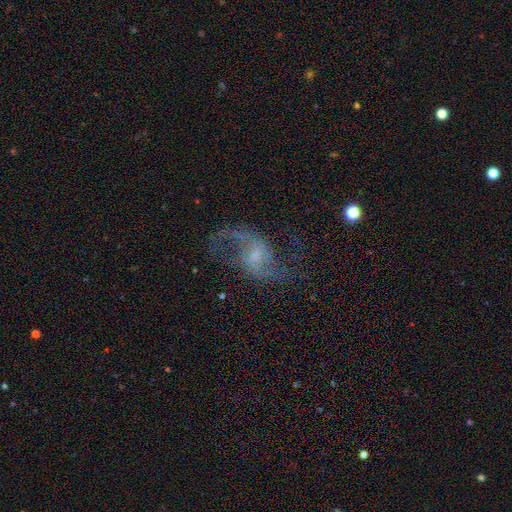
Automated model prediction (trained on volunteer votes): Smooth or featured? Predicted: featured or disk (p=0.86). Edge-on disk? Predicted: no (p=0.97). Bar? Predicted: weak (p=0.55). Spiral arms? Predicted: yes (p=0.95). Spiral winding? Predicted: loose (p=0.69). Spiral arm count? Predicted: 2 (p=0.92). Bulge size? Predicted: small (p=0.51). Merging? Predicted: none (p=0.69).